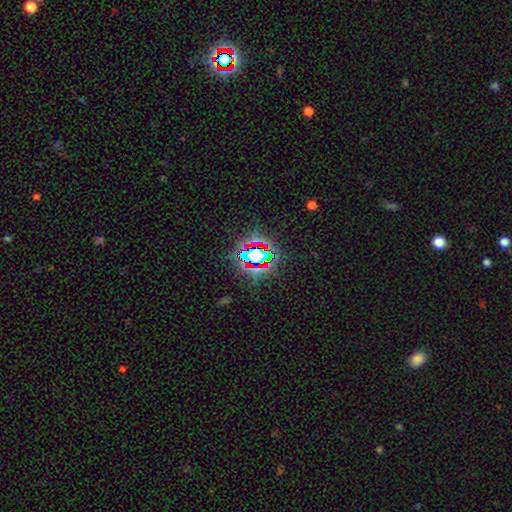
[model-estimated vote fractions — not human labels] Morphology: type=star or artifact (76%).